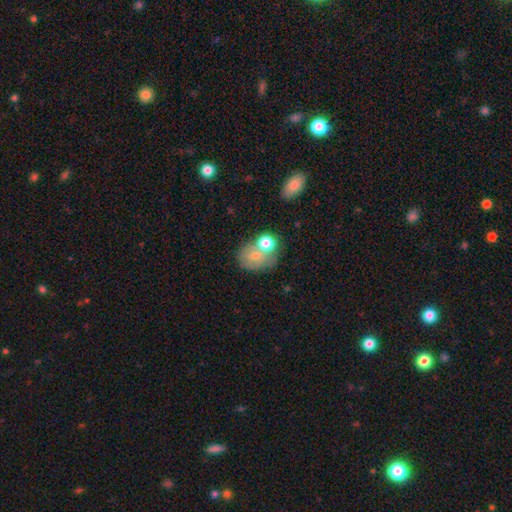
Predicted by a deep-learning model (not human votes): smooth_or_featured: smooth (p=0.64) [alt: featured or disk p=0.26]
how_rounded: round (p=0.52) [alt: in between p=0.47]
merging: merger (p=0.41) [alt: none p=0.35]